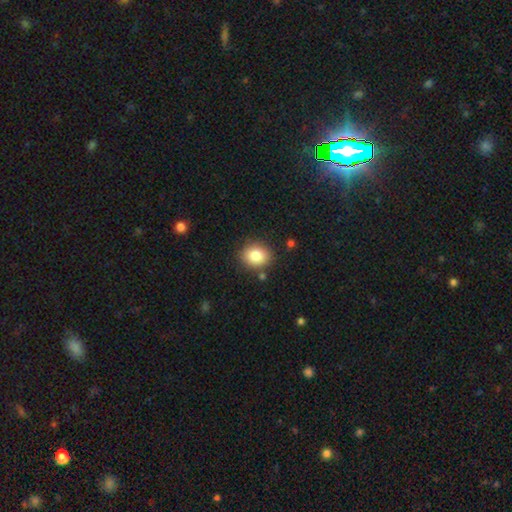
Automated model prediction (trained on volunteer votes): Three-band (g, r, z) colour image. It shows a smooth galaxy with no disk features (84%) that is round (69%). Merging: none (85%).